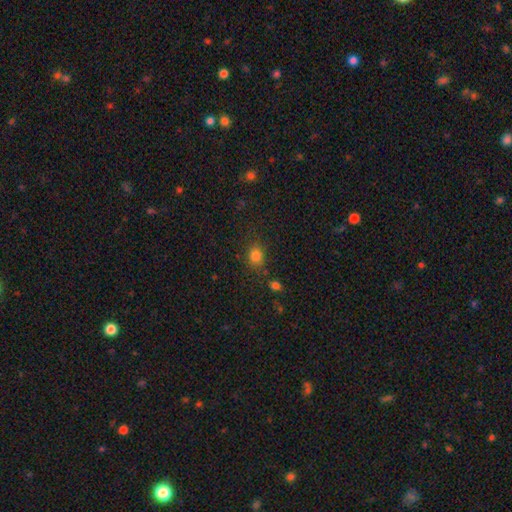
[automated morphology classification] Smooth or featured? smooth (80%)
How rounded? round (63%)
Merging? none (78%)